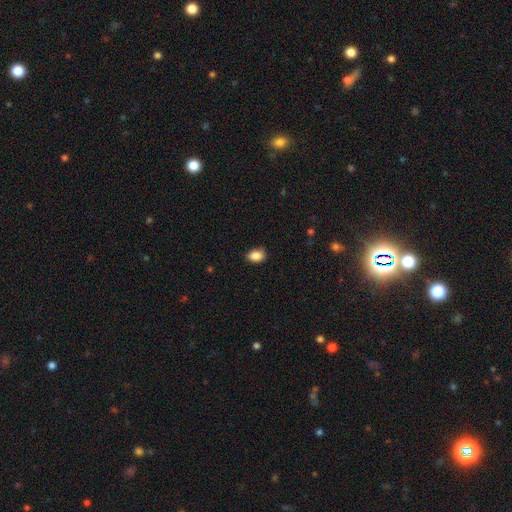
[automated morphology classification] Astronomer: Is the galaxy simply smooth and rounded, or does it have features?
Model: smooth — 88%.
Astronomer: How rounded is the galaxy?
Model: in between — 79%.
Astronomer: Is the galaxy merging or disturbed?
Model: none — 83%.